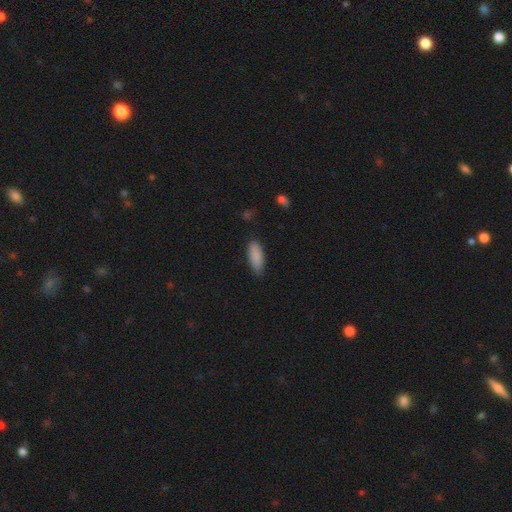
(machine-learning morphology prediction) This appears to be a smooth galaxy with no disk features (88%) that is in between round and cigar-shaped (67%). Merging: none (80%).